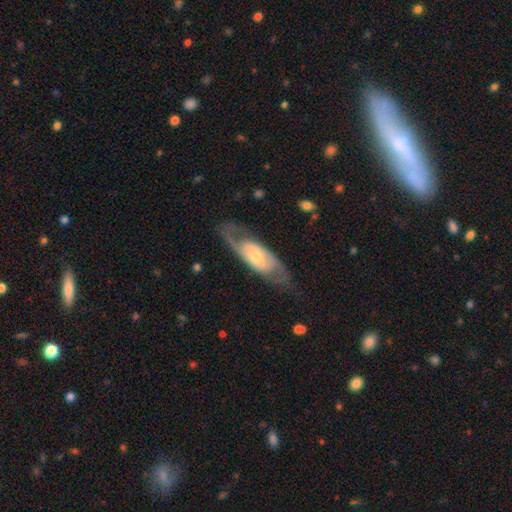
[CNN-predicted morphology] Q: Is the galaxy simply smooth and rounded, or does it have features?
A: featured or disk — 75%.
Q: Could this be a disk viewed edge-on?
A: no — 84%.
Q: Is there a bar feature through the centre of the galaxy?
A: no — 46%.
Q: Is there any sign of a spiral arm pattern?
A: yes — 81%.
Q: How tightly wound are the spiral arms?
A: medium — 46%.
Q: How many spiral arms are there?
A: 2 — 78%.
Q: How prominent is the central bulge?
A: small — 48%.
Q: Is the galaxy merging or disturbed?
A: none — 70%.